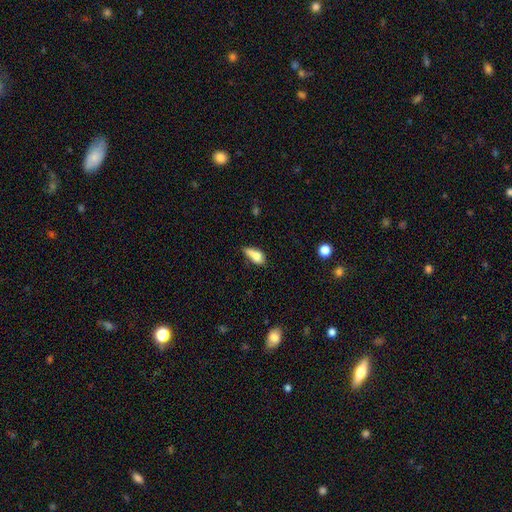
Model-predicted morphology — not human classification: A smooth galaxy with no disk features (74%) that is in between round and cigar-shaped (80%). Merging: minor disturbance (39%).